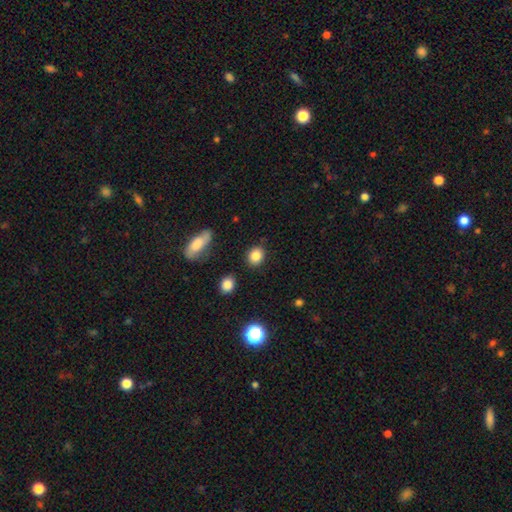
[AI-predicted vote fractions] A smooth galaxy with no disk features (85%) that is round (63%).

Vote fractions:
- Smooth or featured? smooth: 85% / star or artifact: 10% / featured or disk: 6%
- How rounded? round: 63% / in between: 36% / cigar-shaped: 1%
- Merging? none: 85% / minor disturbance: 9% / merger: 3% / major disturbance: 3%